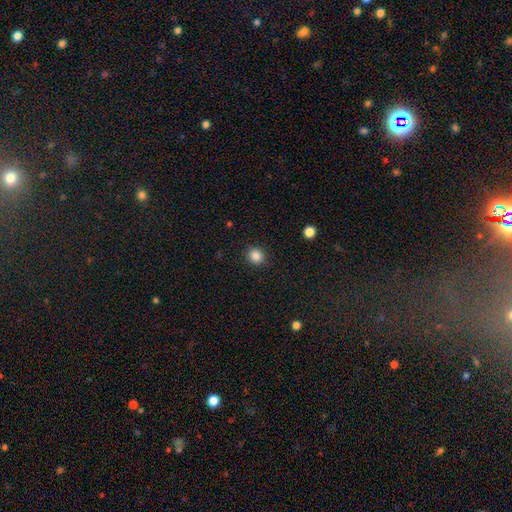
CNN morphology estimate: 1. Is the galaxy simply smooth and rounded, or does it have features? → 86% smooth, 10% star or artifact, 3% featured or disk.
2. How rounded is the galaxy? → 83% round, 16% in between, 1% cigar-shaped.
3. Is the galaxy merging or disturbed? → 90% none, 7% minor disturbance, 2% major disturbance, 1% merger.